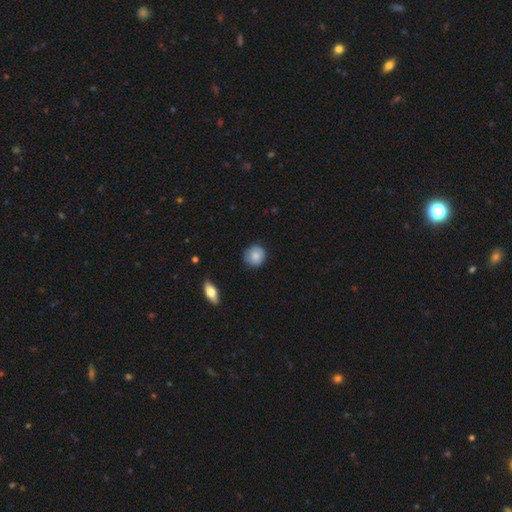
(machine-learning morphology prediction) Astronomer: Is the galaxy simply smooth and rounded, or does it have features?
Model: smooth — 81%.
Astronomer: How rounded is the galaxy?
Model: round — 90%.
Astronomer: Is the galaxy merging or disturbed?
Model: none — 82%.